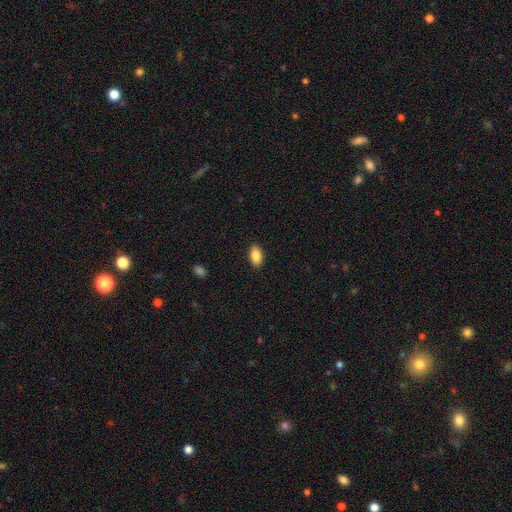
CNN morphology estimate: Q: Smooth or featured?
A: smooth (87%); runner-up: star or artifact (7%)
Q: How rounded?
A: in between (93%); runner-up: round (4%)
Q: Merging?
A: none (89%); runner-up: minor disturbance (8%)